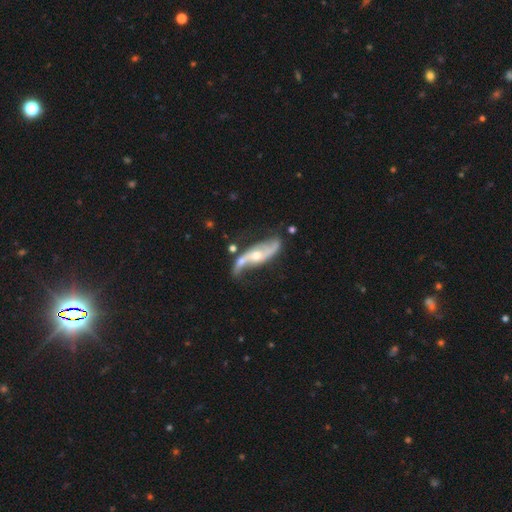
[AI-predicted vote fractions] featured or disk 83%, smooth 12%, star or artifact 5%. Down the decision tree: edge-on disk — no (88%); bar — no (57%); spiral arms — yes (92%); spiral arm count — 2 (90%); spiral winding — loose (72%); bulge size — moderate (55%); merging — none (49%).